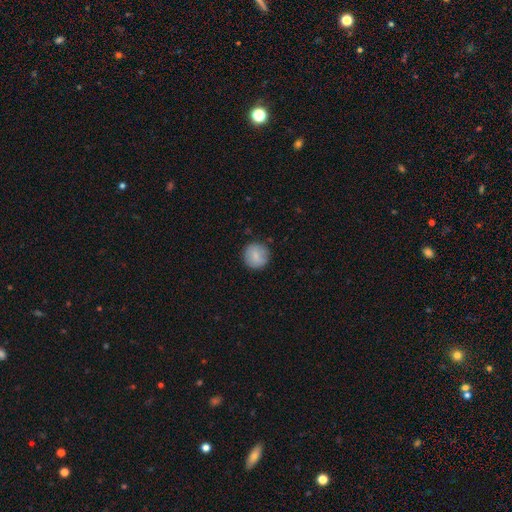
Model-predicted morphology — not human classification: Smooth or featured: smooth — 82% (featured or disk — 11%)
How rounded: round — 94% (in between — 5%)
Merging: none — 85% (minor disturbance — 11%)